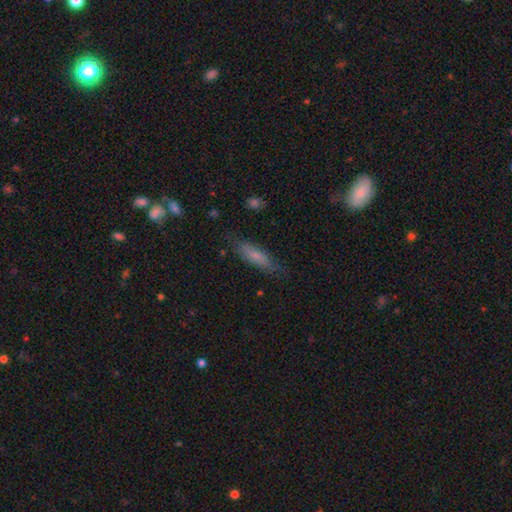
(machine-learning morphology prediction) smooth-or-featured: smooth: 67% | featured or disk: 25% | star or artifact: 8%
  how-rounded: cigar-shaped: 65% | in between: 33% | round: 2%
  merging: none: 77% | minor disturbance: 17% | major disturbance: 4% | merger: 2%